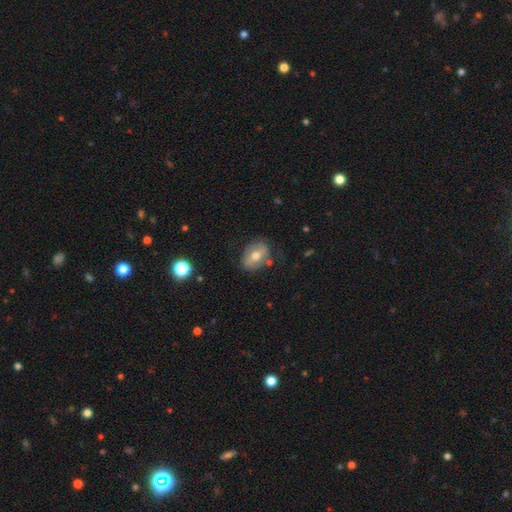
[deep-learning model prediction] Smooth or featured?
  - smooth: 53% *
  - featured or disk: 39%
  - star or artifact: 8%
How rounded?
  - in between: 67% *
  - round: 32%
  - cigar-shaped: 1%
Merging?
  - none: 76% *
  - minor disturbance: 17%
  - major disturbance: 5%
  - merger: 3%